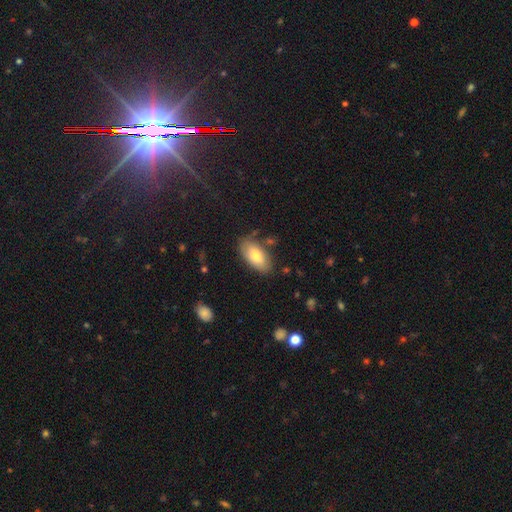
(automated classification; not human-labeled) Morphology: type=smooth (78%); roundness=in between (92%); merging=none (78%).